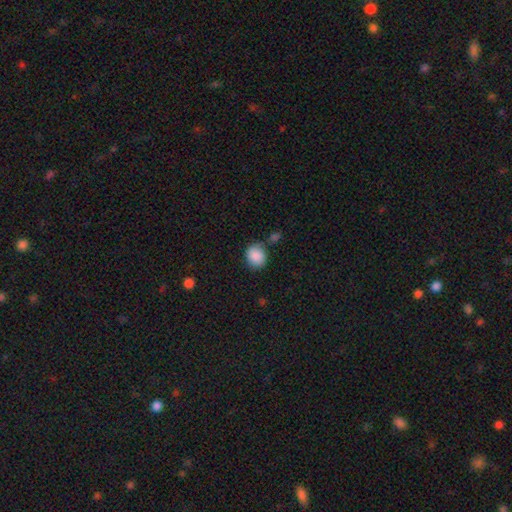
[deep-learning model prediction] Overall: smooth (88%). How rounded: round (67%; in between 32%). Merging: none (68%).